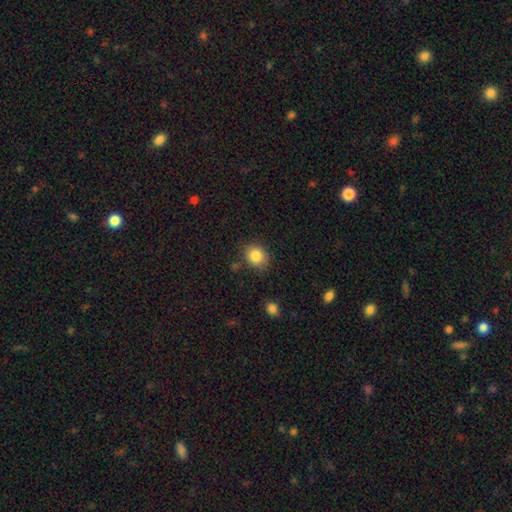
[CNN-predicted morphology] This is clearly a smooth galaxy (85%). How rounded: likely round (64%). Merging: likely none (80%).